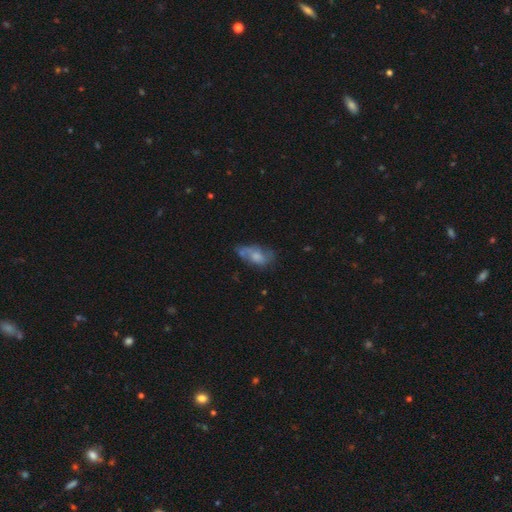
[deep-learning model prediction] A smooth galaxy with no disk features (52%) that is in between round and cigar-shaped (85%).

Vote fractions:
- Smooth or featured? smooth: 52% / featured or disk: 38% / star or artifact: 10%
- How rounded? in between: 85% / cigar-shaped: 9% / round: 6%
- Merging? none: 38% / minor disturbance: 29% / major disturbance: 19% / merger: 14%